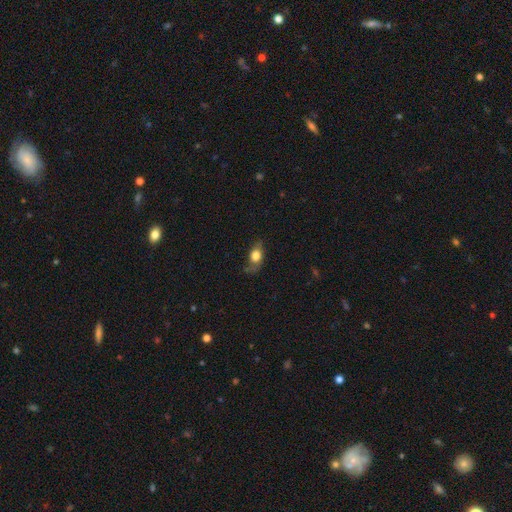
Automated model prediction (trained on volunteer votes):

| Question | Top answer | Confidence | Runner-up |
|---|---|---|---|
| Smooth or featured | smooth | 70% | featured or disk (22%) |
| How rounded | in between | 71% | round (24%) |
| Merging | none | 51% | minor disturbance (30%) |